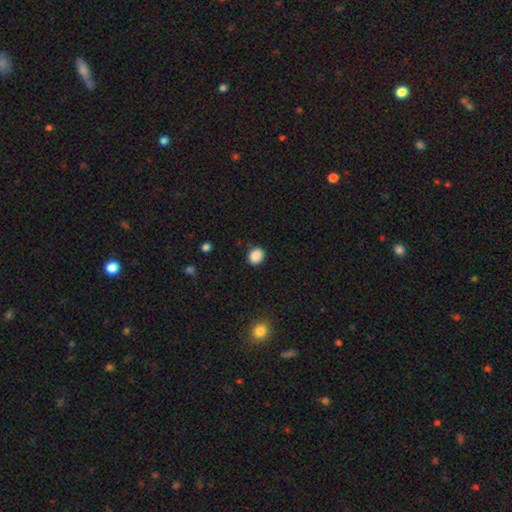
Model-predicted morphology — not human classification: Overall: smooth (88%). How rounded: round (70%). Merging: none (88%).